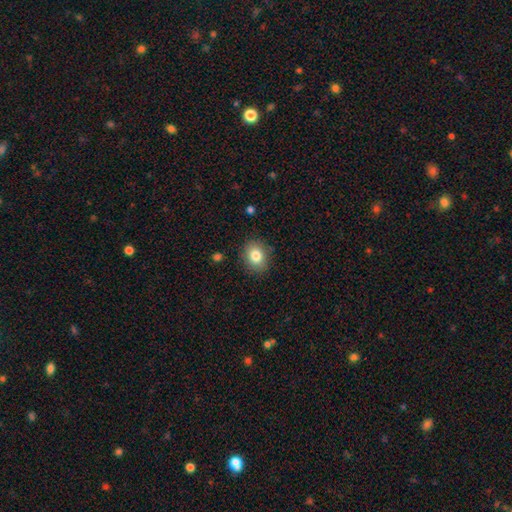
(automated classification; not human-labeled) Smooth or featured? smooth (82%)
How rounded? round (50%)
Merging? none (87%)